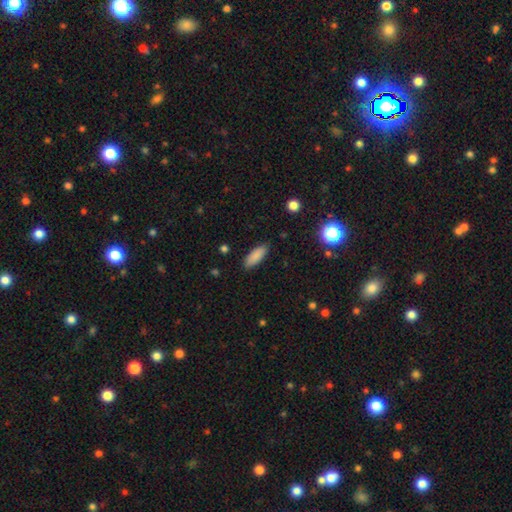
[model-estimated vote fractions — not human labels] This is clearly a smooth galaxy (87%). How rounded: likely in between (66%). Merging: clearly none (88%).